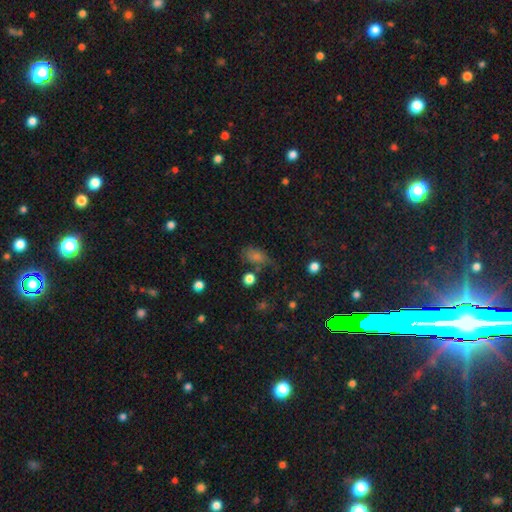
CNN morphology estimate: Smooth or featured? Predicted: smooth (p=0.55). How rounded? Predicted: in between (p=0.76). Merging? Predicted: none (p=0.55).